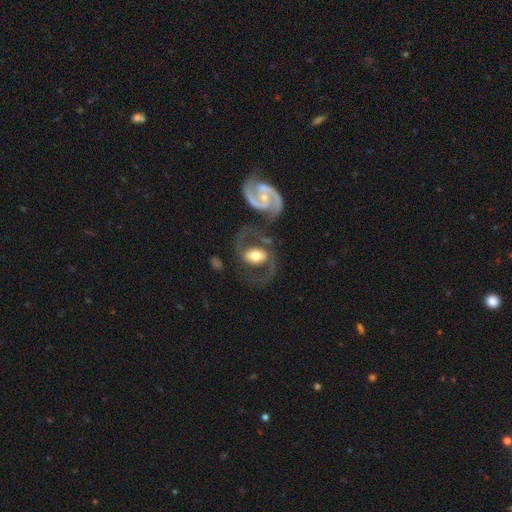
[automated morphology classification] Smooth or featured?
  - featured or disk: 77% *
  - smooth: 17%
  - star or artifact: 6%
Edge-on disk?
  - no: 96% *
  - yes: 4%
Bar?
  - weak: 36% * (tied)
  - no: 36% * (tied)
  - strong: 28%
Spiral arms?
  - yes: 90% *
  - no: 10%
Spiral winding?
  - medium: 58% *
  - loose: 24%
  - tight: 17%
Spiral arm count?
  - 2: 90% *
  - can't tell: 3%
  - 1: 3%
  - 3: 1%
  - 4: 1%
  - more than 4: 1%
Bulge size?
  - moderate: 56% *
  - large: 23%
  - small: 16%
  - dominant: 3%
  - none: 2%
Merging?
  - none: 53% *
  - merger: 17%
  - minor disturbance: 16%
  - major disturbance: 15%